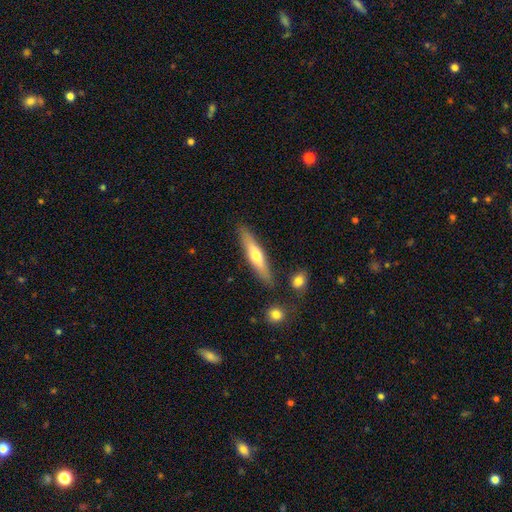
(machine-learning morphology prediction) This appears to be a smooth galaxy with no disk features (51%) that is cigar-shaped (84%). Merging: none (85%).